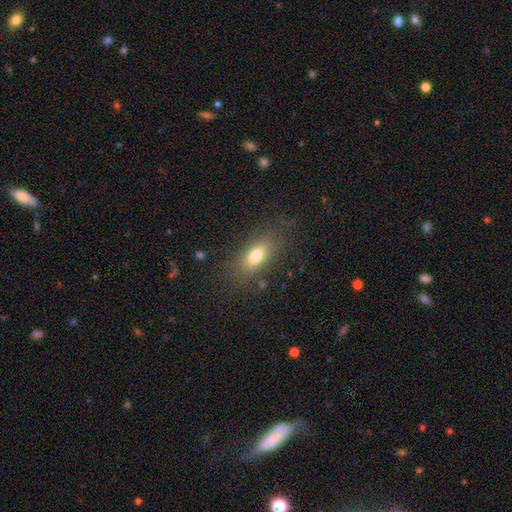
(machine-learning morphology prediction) This is likely a smooth galaxy (75%). How rounded: clearly in between (81%). Merging: likely none (78%).